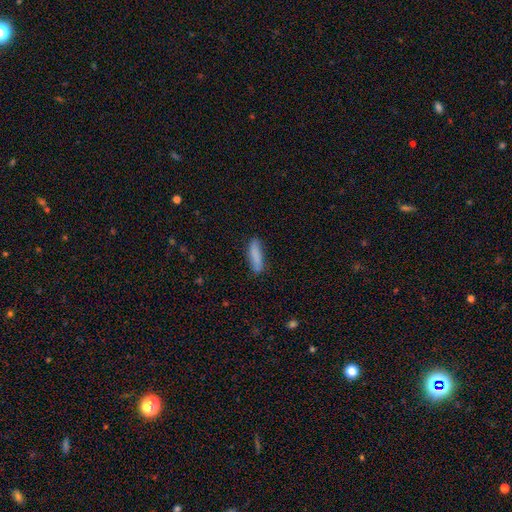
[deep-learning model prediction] smooth 83%, featured or disk 11%, star or artifact 7%. Down the decision tree: how rounded — cigar-shaped (69%); merging — none (76%).